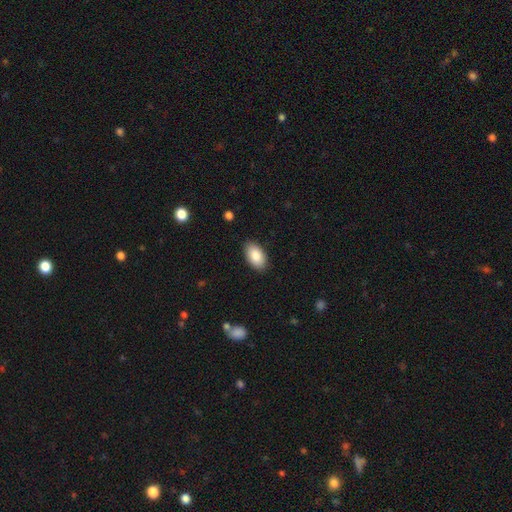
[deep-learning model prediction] A smooth galaxy with no disk features (86%) that is in between round and cigar-shaped (95%).

Vote fractions:
- Smooth or featured? smooth: 86% / featured or disk: 7% / star or artifact: 6%
- How rounded? in between: 95% / round: 4% / cigar-shaped: 1%
- Merging? none: 87% / minor disturbance: 10% / major disturbance: 2% / merger: 1%